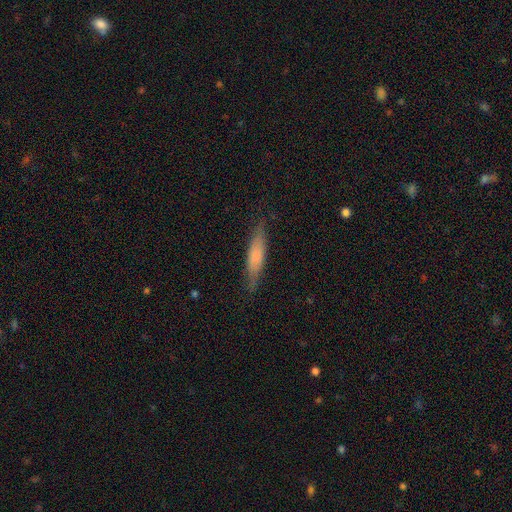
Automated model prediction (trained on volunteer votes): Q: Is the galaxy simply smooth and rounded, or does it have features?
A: smooth — 65%.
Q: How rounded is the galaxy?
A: cigar-shaped — 78%.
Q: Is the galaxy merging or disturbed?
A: none — 79%.